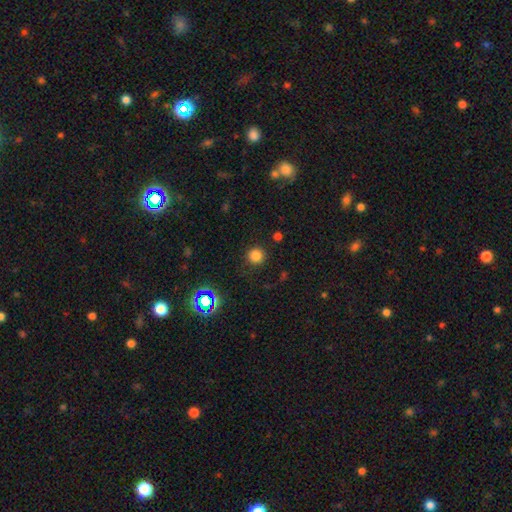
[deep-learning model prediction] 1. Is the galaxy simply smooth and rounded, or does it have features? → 79% smooth, 16% star or artifact, 4% featured or disk.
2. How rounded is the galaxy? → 95% round, 5% in between, 1% cigar-shaped.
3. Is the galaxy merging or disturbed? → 89% none, 7% minor disturbance, 3% major disturbance, 1% merger.